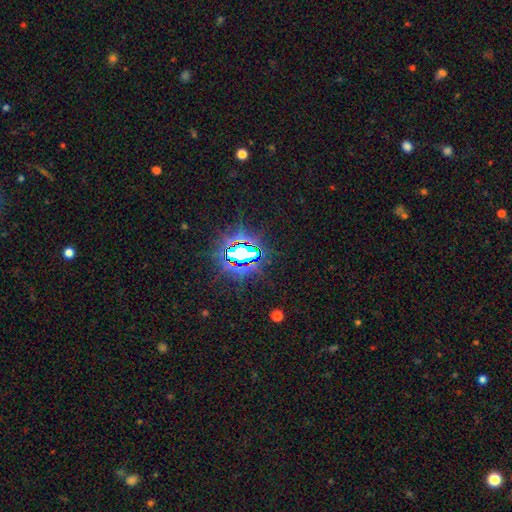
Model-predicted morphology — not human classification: smooth_or_featured: star or artifact (p=0.84) [alt: smooth p=0.10]